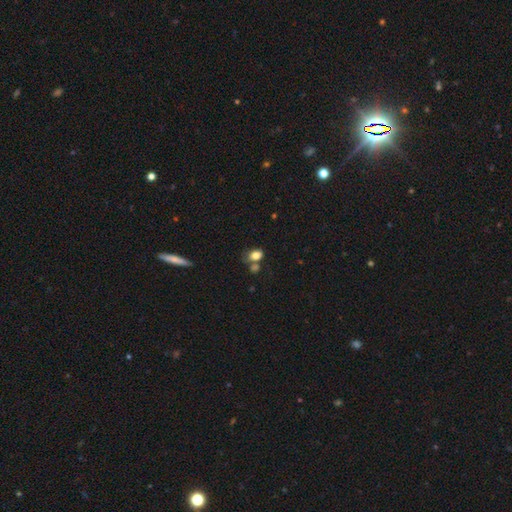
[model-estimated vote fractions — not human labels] Smooth or featured?
  - smooth: 80% *
  - star or artifact: 11%
  - featured or disk: 9%
How rounded?
  - in between: 74% *
  - round: 25%
  - cigar-shaped: 1%
Merging?
  - none: 47% *
  - merger: 28%
  - minor disturbance: 17%
  - major disturbance: 7%